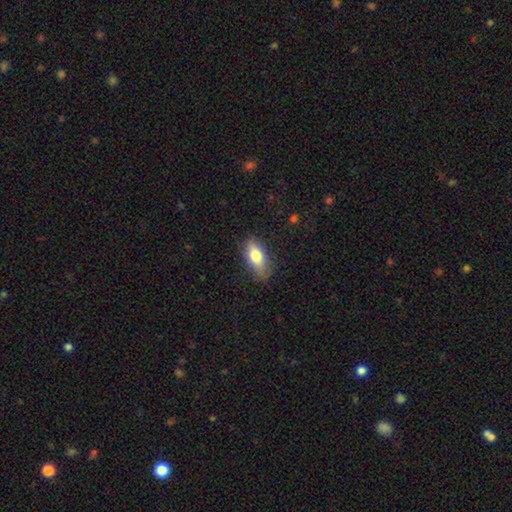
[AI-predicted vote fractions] Smooth or featured: smooth — 75% (featured or disk — 18%)
How rounded: in between — 82% (cigar-shaped — 13%)
Merging: none — 77% (minor disturbance — 18%)